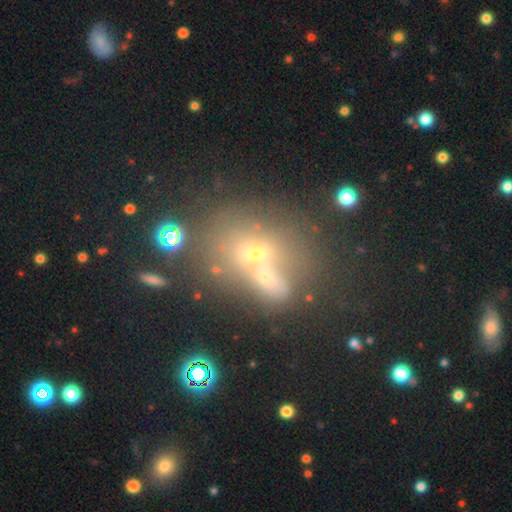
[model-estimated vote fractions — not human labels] Smooth or featured?
  - smooth: 47% *
  - featured or disk: 29%
  - star or artifact: 24%
Merging?
  - merger: 54% *
  - none: 26%
  - major disturbance: 10%
  - minor disturbance: 9%